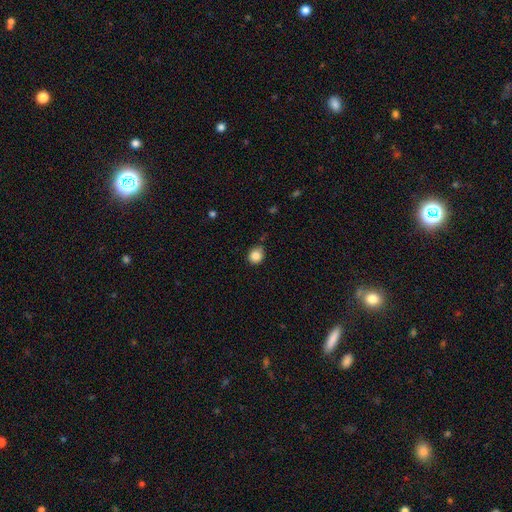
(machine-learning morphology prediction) A smooth galaxy with no disk features (85%) that is round (86%). Merging: none (74%).